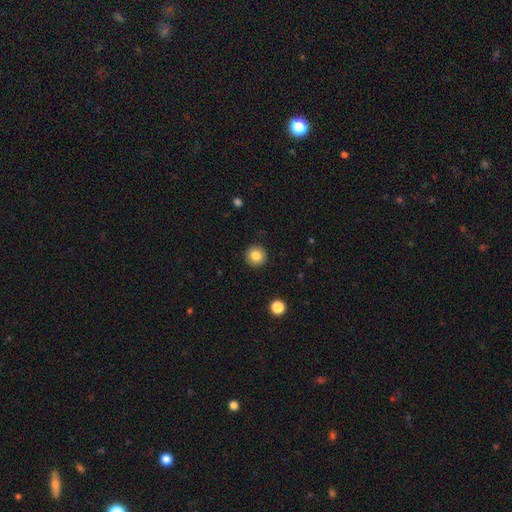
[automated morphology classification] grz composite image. It shows a smooth galaxy with no disk features (83%) that is round (94%). Merging: none (92%).